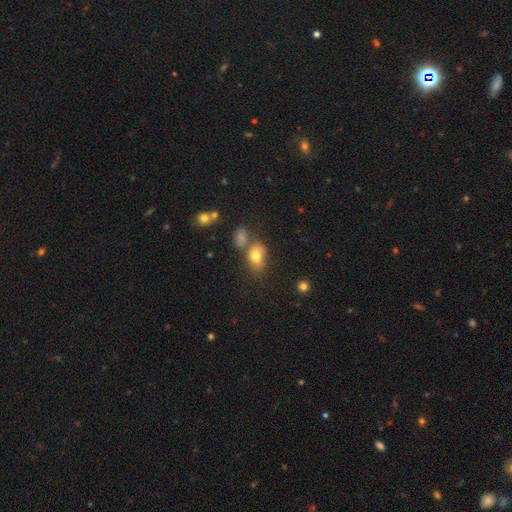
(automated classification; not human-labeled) smooth 77%, featured or disk 12%, star or artifact 11%. Down the decision tree: how rounded — in between (75%); merging — none (46%).